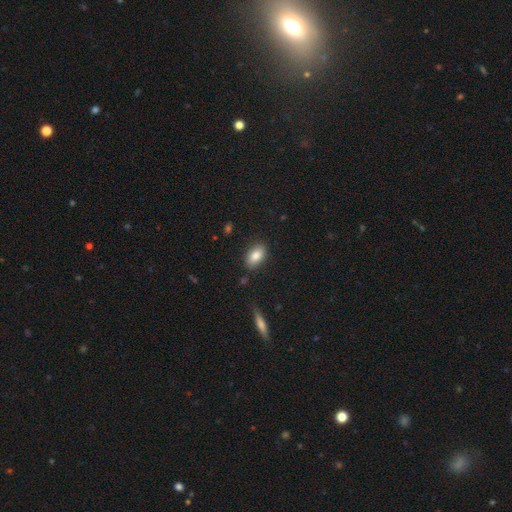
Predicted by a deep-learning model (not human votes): Smooth or featured: smooth — 84% (featured or disk — 9%)
How rounded: in between — 90% (round — 7%)
Merging: none — 84% (minor disturbance — 11%)